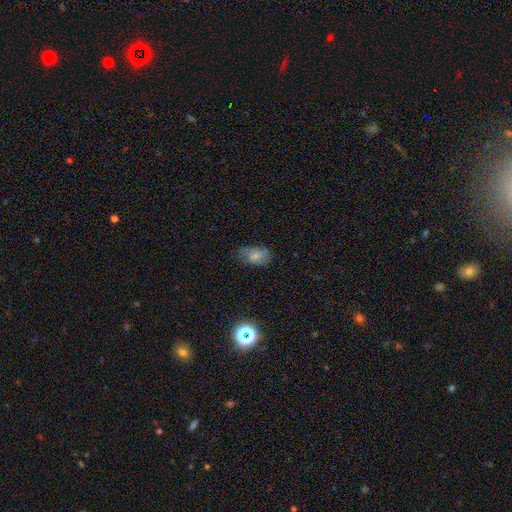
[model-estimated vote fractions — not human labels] Smooth or featured: smooth — 72% (featured or disk — 17%)
How rounded: in between — 89% (round — 9%)
Merging: none — 63% (minor disturbance — 28%)